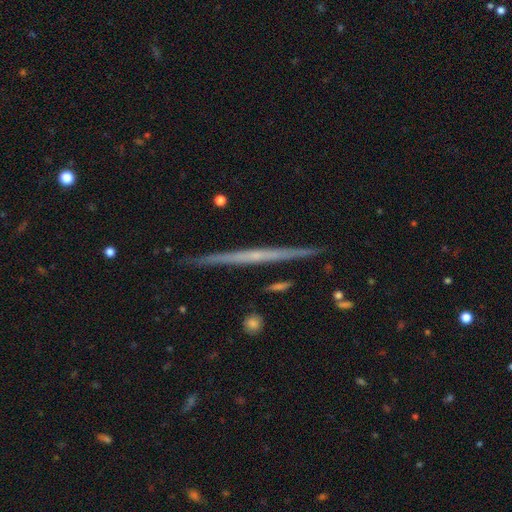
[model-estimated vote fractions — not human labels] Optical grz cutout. It shows a featured or disk galaxy (72%) viewed edge-on (98%) with no central bulge (75%). Merging: none (91%).